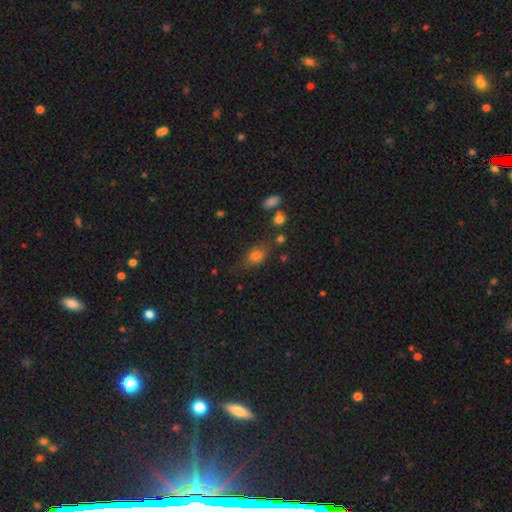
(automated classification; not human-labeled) smooth-or-featured: smooth: 72% | star or artifact: 15% | featured or disk: 14%
  how-rounded: in between: 58% | round: 36% | cigar-shaped: 7%
  merging: none: 63% | minor disturbance: 22% | major disturbance: 10% | merger: 5%